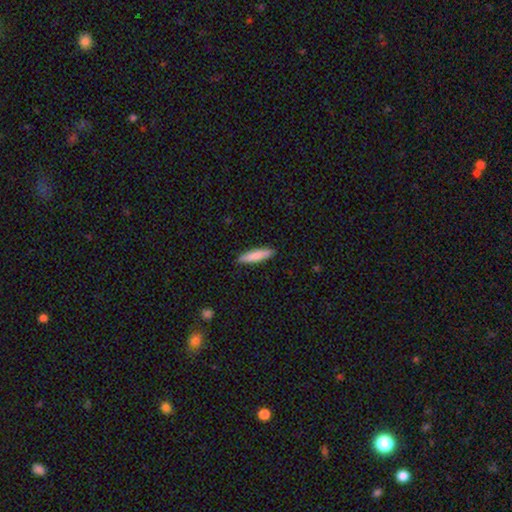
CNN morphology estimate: smooth_or_featured: smooth (p=0.84) [alt: featured or disk p=0.11]
how_rounded: cigar-shaped (p=0.83) [alt: in between p=0.16]
merging: none (p=0.90) [alt: minor disturbance p=0.08]